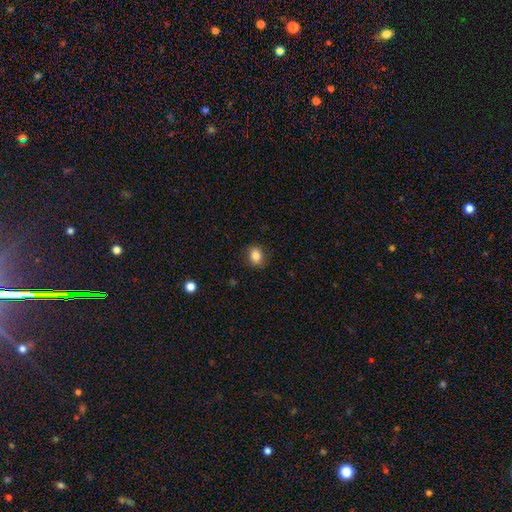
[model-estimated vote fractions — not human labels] A smooth galaxy with no disk features (85%) that is in between round and cigar-shaped (52%).

Vote fractions:
- Smooth or featured? smooth: 85% / star or artifact: 10% / featured or disk: 6%
- How rounded? in between: 52% / round: 47% / cigar-shaped: 1%
- Merging? none: 86% / minor disturbance: 10% / major disturbance: 2% / merger: 1%